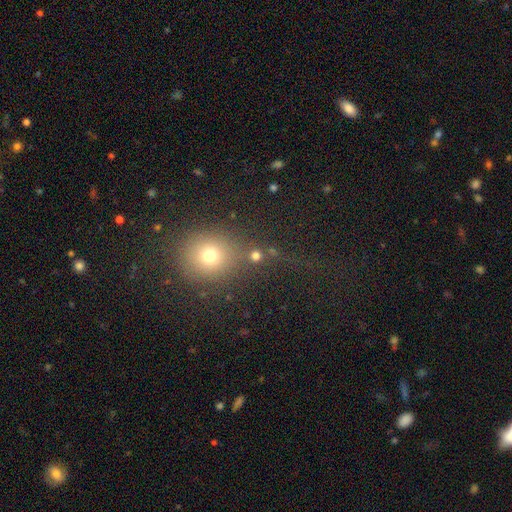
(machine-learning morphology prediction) A smooth galaxy with no disk features (70%) that is round (88%). Merging: none (72%).